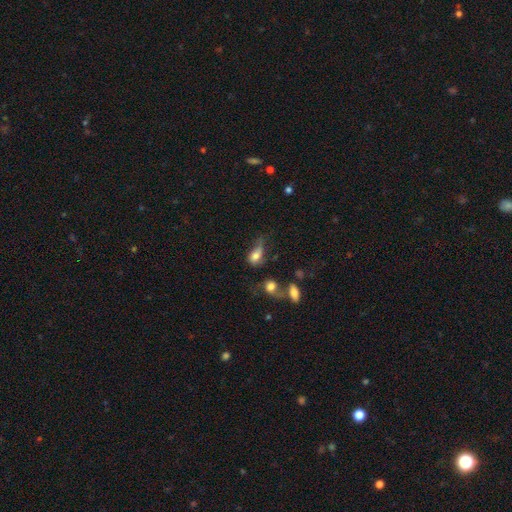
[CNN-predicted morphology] This is likely a smooth galaxy (70%). How rounded: likely in between (77%). Merging: marginally major disturbance (38%).